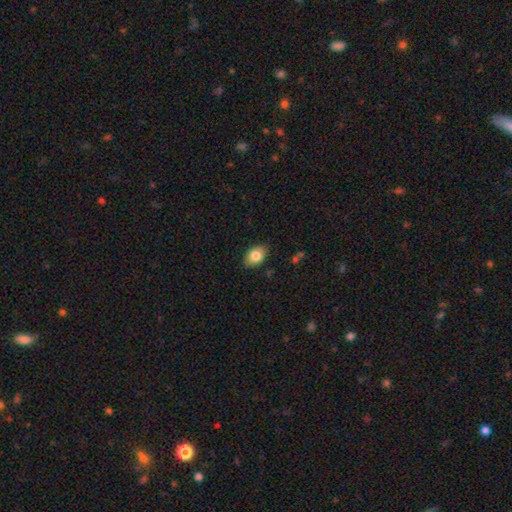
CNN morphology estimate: type=smooth (82%); roundness=in between (82%); merging=none (84%).